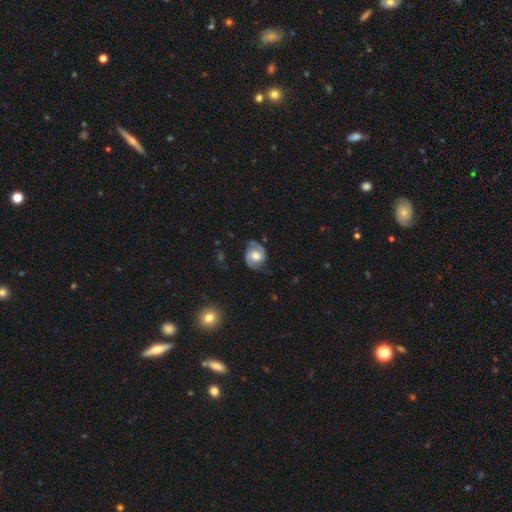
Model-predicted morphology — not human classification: Smooth or featured? featured or disk (67%)
Edge-on disk? no (98%)
Bar? no (54%)
Spiral arms? yes (90%)
Spiral winding? medium (46%)
Spiral arm count? 2 (86%)
Bulge size? moderate (67%)
Merging? none (72%)